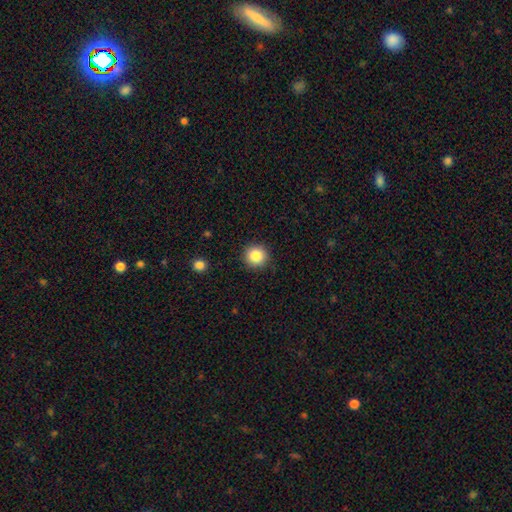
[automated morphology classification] Smooth or featured? Predicted: smooth (p=0.86). How rounded? Predicted: round (p=0.94). Merging? Predicted: none (p=0.90).